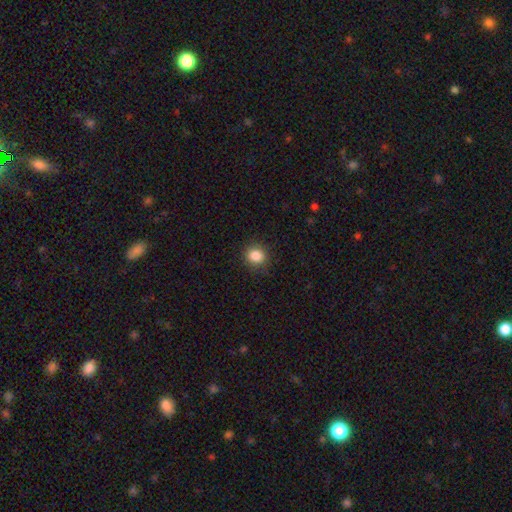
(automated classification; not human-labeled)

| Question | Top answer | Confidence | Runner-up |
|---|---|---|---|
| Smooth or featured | smooth | 85% | star or artifact (11%) |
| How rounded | round | 83% | in between (17%) |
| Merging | none | 88% | minor disturbance (9%) |